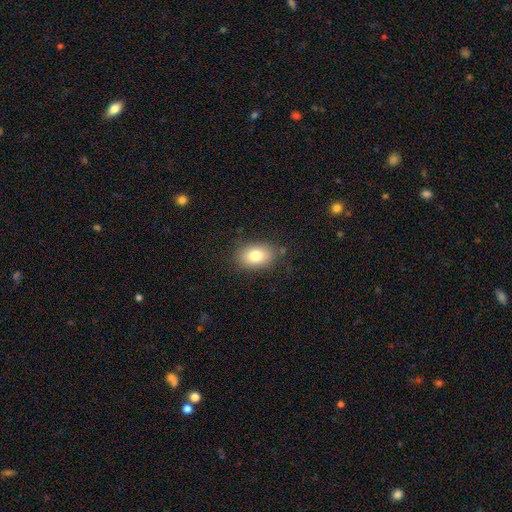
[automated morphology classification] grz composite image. It shows a smooth galaxy with no disk features (80%) that is in between round and cigar-shaped (82%). Merging: none (82%).